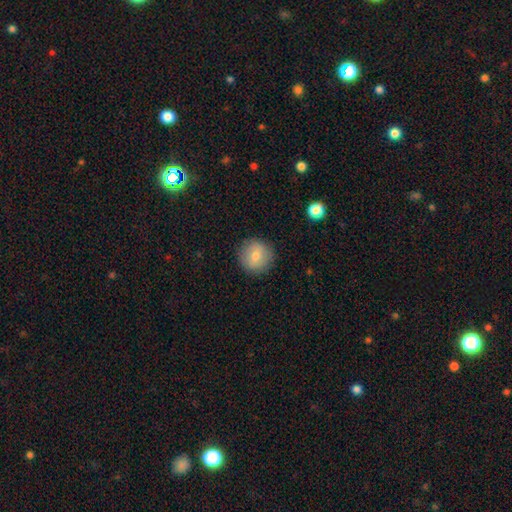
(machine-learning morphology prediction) A smooth galaxy with no disk features (76%) that is round (94%). Merging: none (89%).